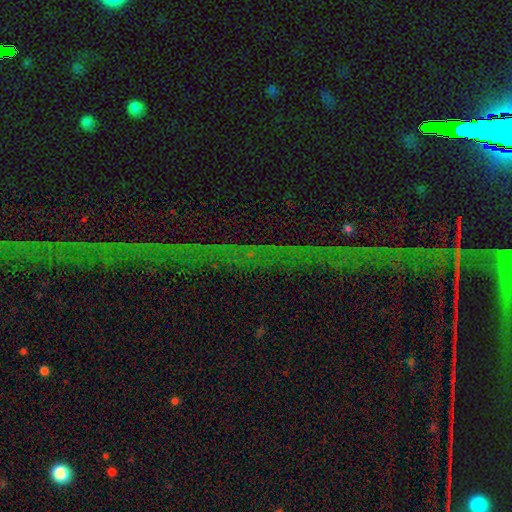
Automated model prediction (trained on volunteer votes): smooth-or-featured: star or artifact: 79% | featured or disk: 13% | smooth: 7%